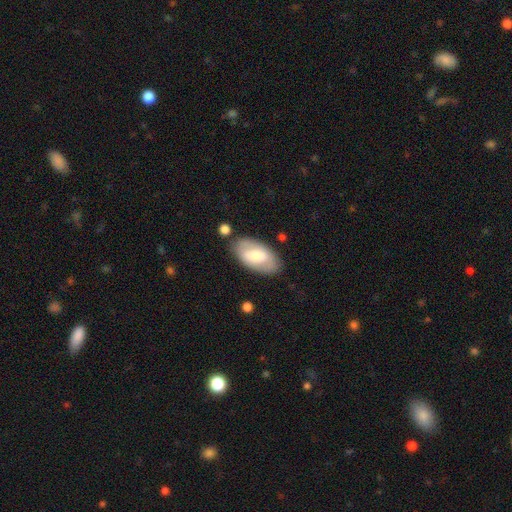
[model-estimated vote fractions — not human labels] This appears to be a smooth galaxy with no disk features (54%) that is in between round and cigar-shaped (94%). Merging: none (80%).